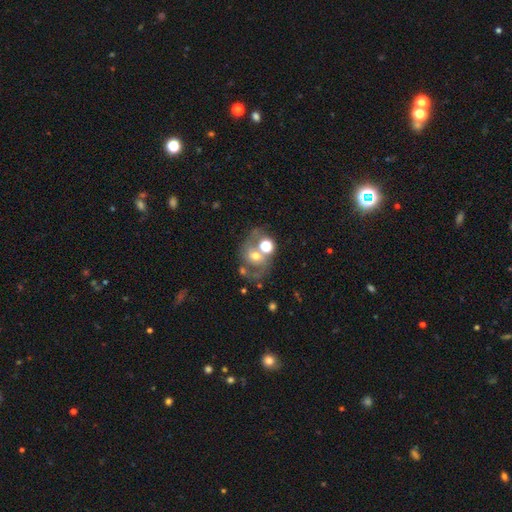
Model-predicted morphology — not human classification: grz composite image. It shows a featured or disk galaxy (62%) with no bar (55%), spiral arms (74%) and a moderate central bulge (59%). Merging: none (51%).